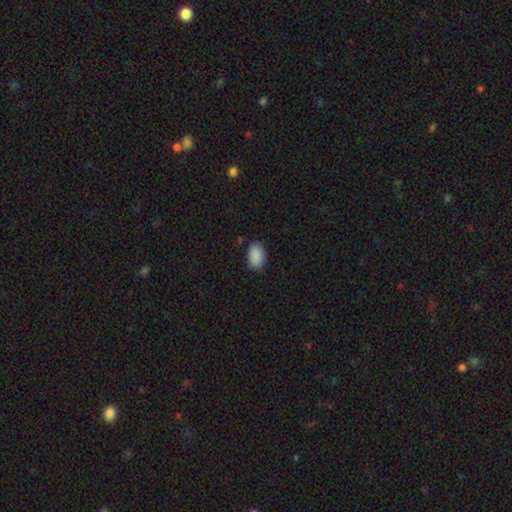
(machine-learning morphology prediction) A smooth galaxy with no disk features (90%) that is in between round and cigar-shaped (90%). Merging: none (82%).